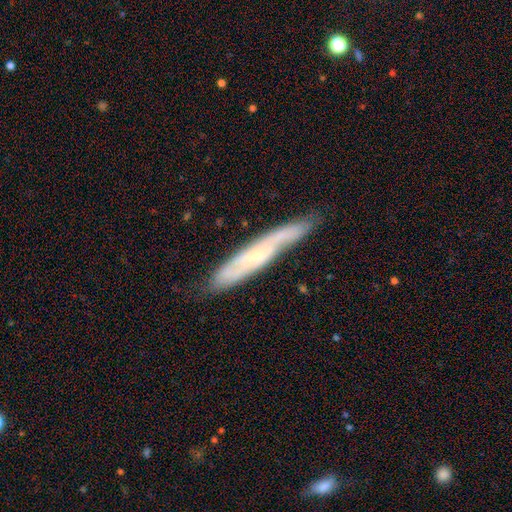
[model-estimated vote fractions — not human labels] featured or disk 63%, smooth 30%, star or artifact 7%. Down the decision tree: edge-on disk — yes (57%); merging — none (73%).